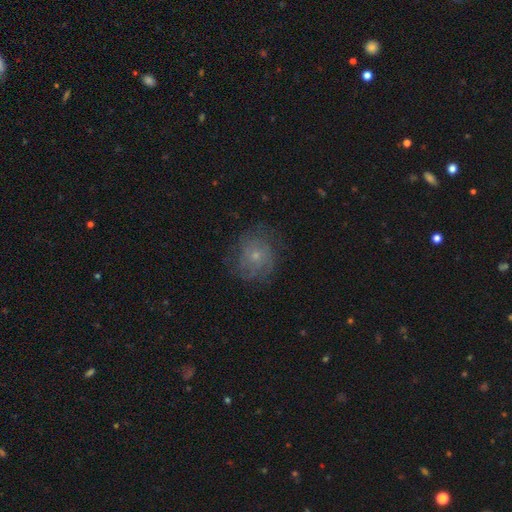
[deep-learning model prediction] This appears to be a featured or disk galaxy (47%). Merging: none (71%).